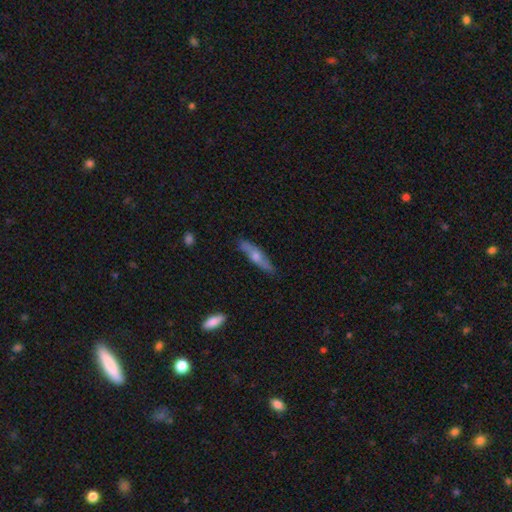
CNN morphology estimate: smooth_or_featured: featured or disk (p=0.54) [alt: smooth p=0.40]
disk_edge_on: yes (p=0.84) [alt: no p=0.16]
merging: none (p=0.83) [alt: minor disturbance p=0.13]